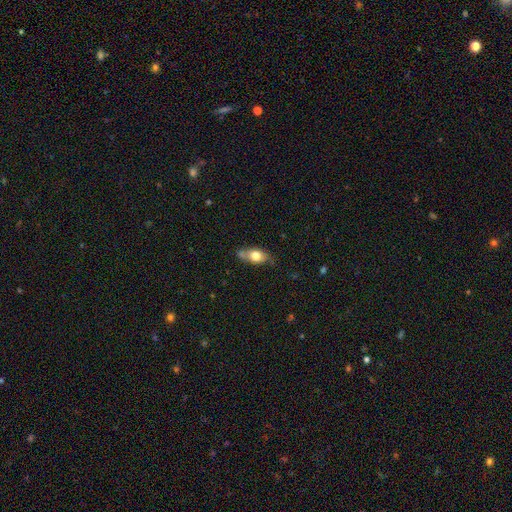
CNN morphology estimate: Overall: smooth (67%). How rounded: in between (79%). Merging: none (61%; minor disturbance 25%).